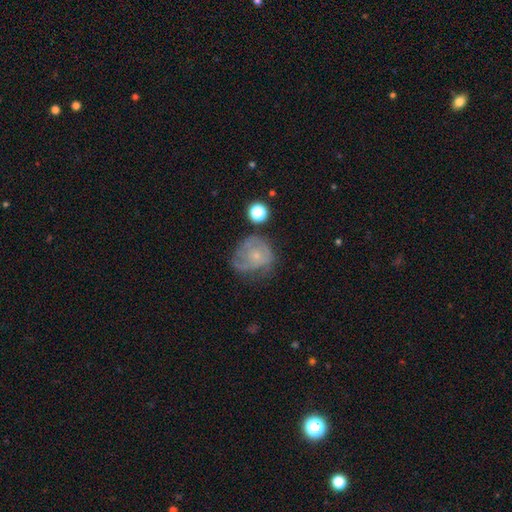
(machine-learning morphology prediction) smooth-or-featured: featured or disk: 55% | smooth: 35% | star or artifact: 10%
  disk-edge-on: no: 98% | yes: 2%
    bar: no: 83% | weak: 15% | strong: 2%
    has-spiral-arms: yes: 67% | no: 33%
    bulge-size: small: 71% | moderate: 20% | none: 7% | large: 1% | dominant: 1%
  merging: none: 45% | minor disturbance: 28% | major disturbance: 23% | merger: 4%